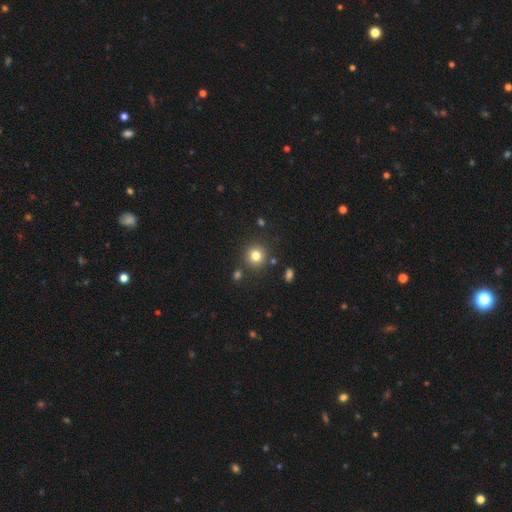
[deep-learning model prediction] Morphology: type=smooth (80%); roundness=round (91%); merging=none (84%).